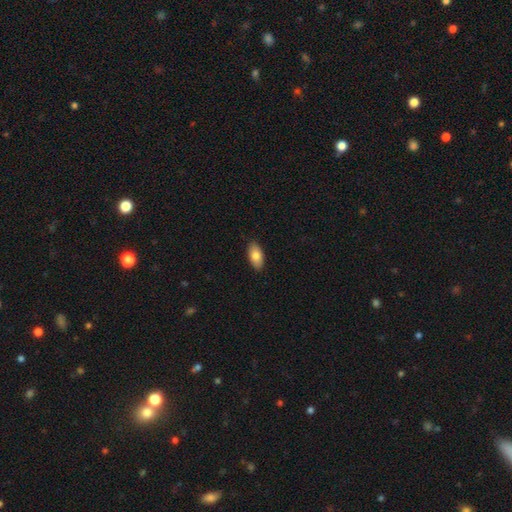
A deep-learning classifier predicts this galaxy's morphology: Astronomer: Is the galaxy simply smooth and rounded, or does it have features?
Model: smooth — 82%.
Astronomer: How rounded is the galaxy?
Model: in between — 92%.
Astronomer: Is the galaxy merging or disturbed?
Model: none — 89%.